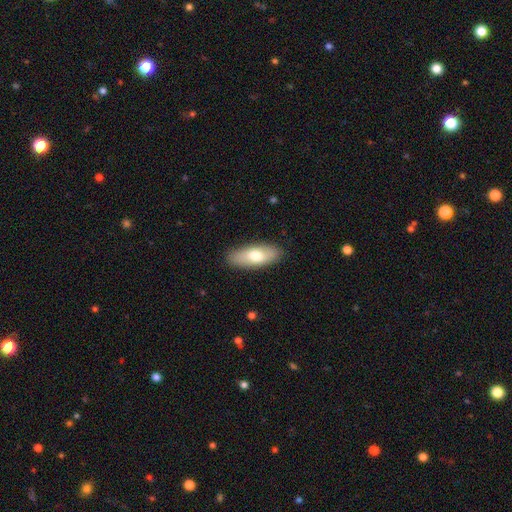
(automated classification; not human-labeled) This appears to be a smooth galaxy with no disk features (71%) that is in between round and cigar-shaped (77%). Merging: none (87%).